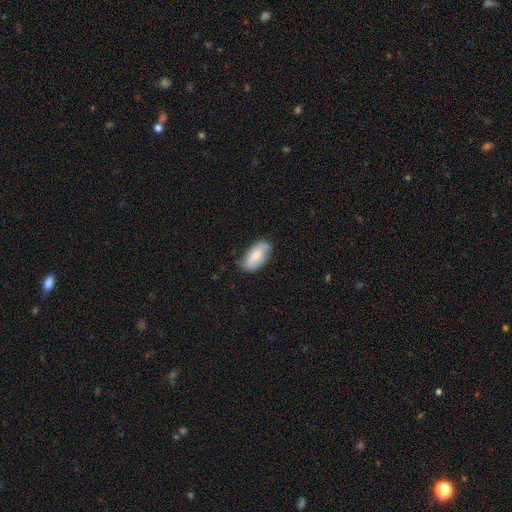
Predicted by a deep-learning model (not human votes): Smooth or featured? Predicted: smooth (p=0.62). How rounded? Predicted: in between (p=0.93). Merging? Predicted: none (p=0.62).